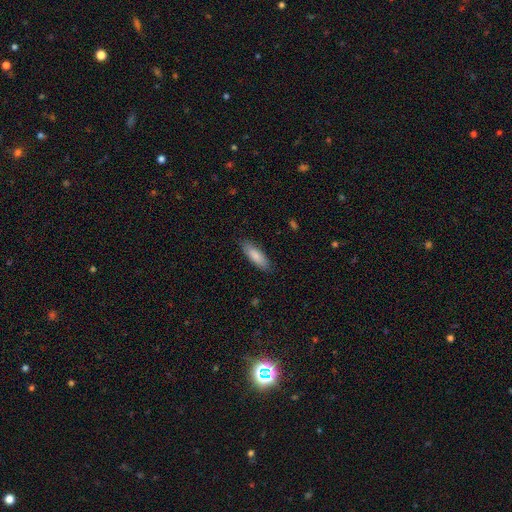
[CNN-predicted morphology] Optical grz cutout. It shows a smooth galaxy with no disk features (84%) that is in between round and cigar-shaped (53%). Merging: none (86%).